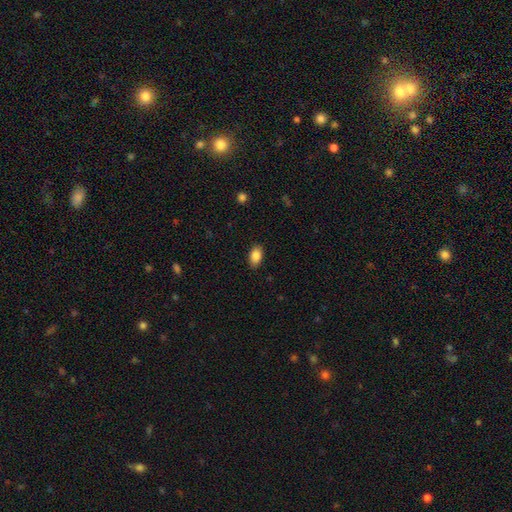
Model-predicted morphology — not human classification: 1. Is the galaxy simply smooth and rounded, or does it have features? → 87% smooth, 8% star or artifact, 5% featured or disk.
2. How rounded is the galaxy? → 90% in between, 8% round, 2% cigar-shaped.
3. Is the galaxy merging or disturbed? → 87% none, 9% minor disturbance, 2% major disturbance, 1% merger.